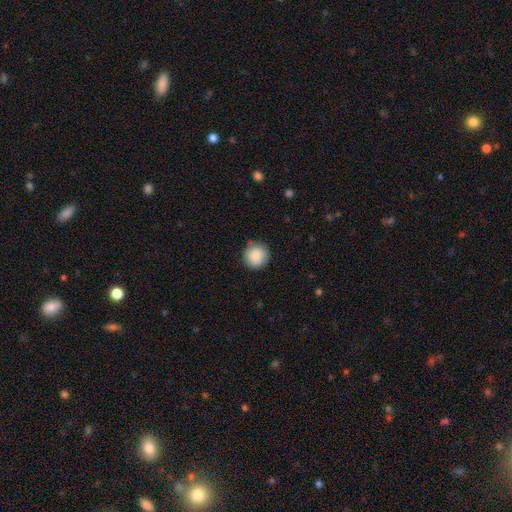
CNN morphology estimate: Smooth or featured? Predicted: smooth (p=0.87). How rounded? Predicted: round (p=0.94). Merging? Predicted: none (p=0.86).